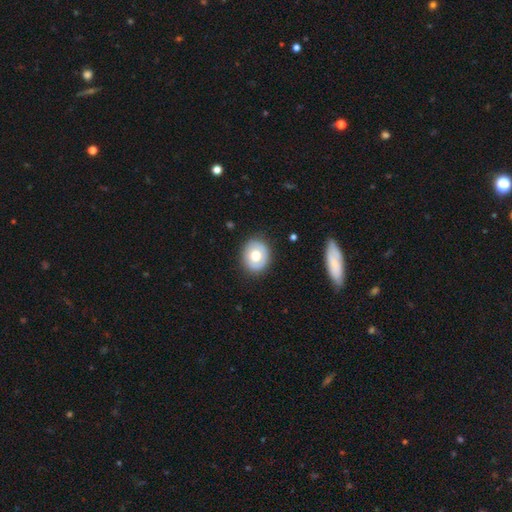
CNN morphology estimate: Overall: smooth (64%; featured or disk 28%). How rounded: round (67%; in between 32%). Merging: none (86%).